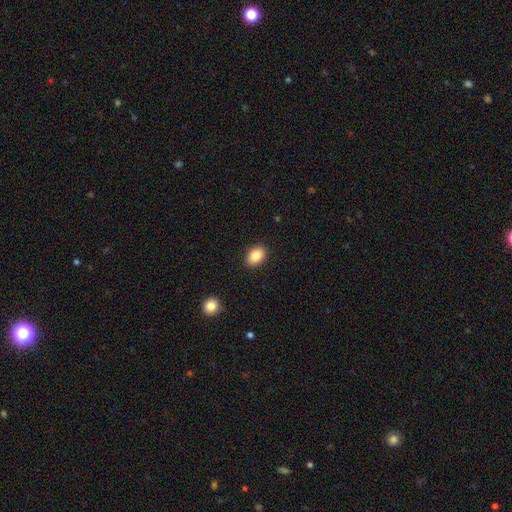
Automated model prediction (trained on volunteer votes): Smooth or featured: smooth — 86% (star or artifact — 8%)
How rounded: in between — 77% (round — 22%)
Merging: none — 90% (minor disturbance — 7%)